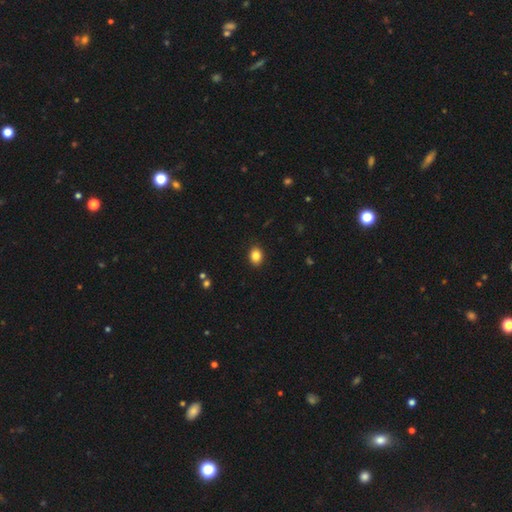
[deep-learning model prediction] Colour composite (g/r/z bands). It shows a smooth galaxy with no disk features (85%) that is in between round and cigar-shaped (59%). Merging: none (90%).